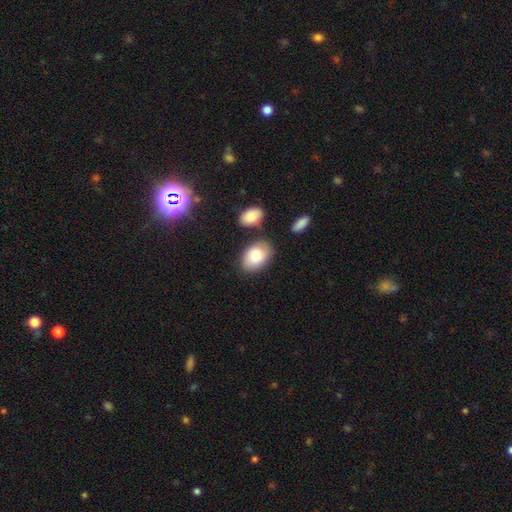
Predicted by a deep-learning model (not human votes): Morphology: type=smooth (82%); roundness=in between (88%); merging=none (69%).